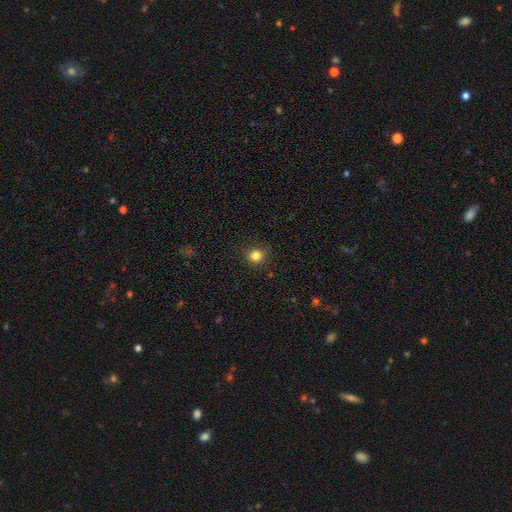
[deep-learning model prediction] Smooth or featured? Predicted: smooth (p=0.83). How rounded? Predicted: round (p=0.89). Merging? Predicted: none (p=0.89).